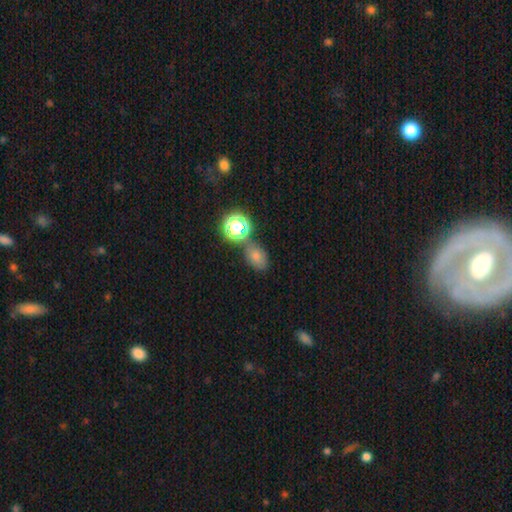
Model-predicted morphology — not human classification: smooth-or-featured: smooth: 70% | star or artifact: 20% | featured or disk: 10%
  how-rounded: in between: 71% | round: 27% | cigar-shaped: 1%
  merging: none: 63% | minor disturbance: 17% | merger: 14% | major disturbance: 6%